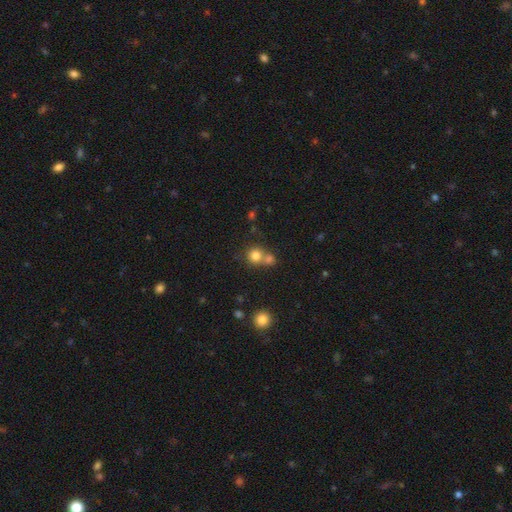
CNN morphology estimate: smooth_or_featured: smooth (p=0.79) [alt: star or artifact p=0.13]
how_rounded: round (p=0.88) [alt: in between p=0.11]
merging: none (p=0.49) [alt: merger p=0.41]